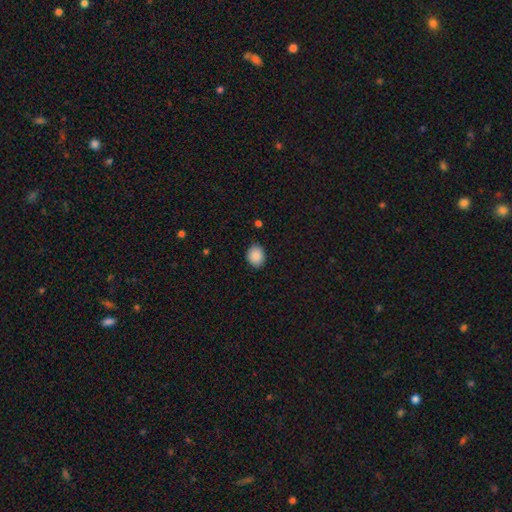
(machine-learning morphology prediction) This appears to be a smooth galaxy with no disk features (89%) that is round (53%). Merging: none (86%).